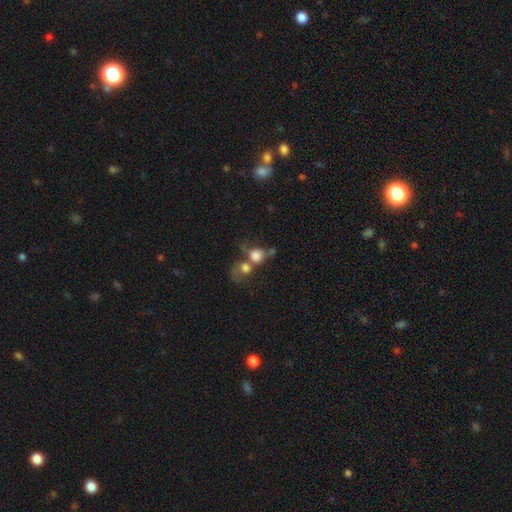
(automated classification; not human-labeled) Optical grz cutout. It shows a smooth galaxy with no disk features (74%) that is round (74%). Merging: merger (58%).